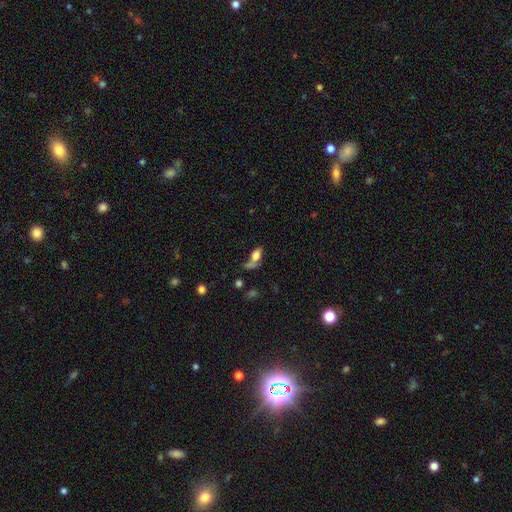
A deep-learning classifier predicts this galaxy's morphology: This appears to be a smooth galaxy with no disk features (69%) that is in between round and cigar-shaped (79%). Merging: none (31%).